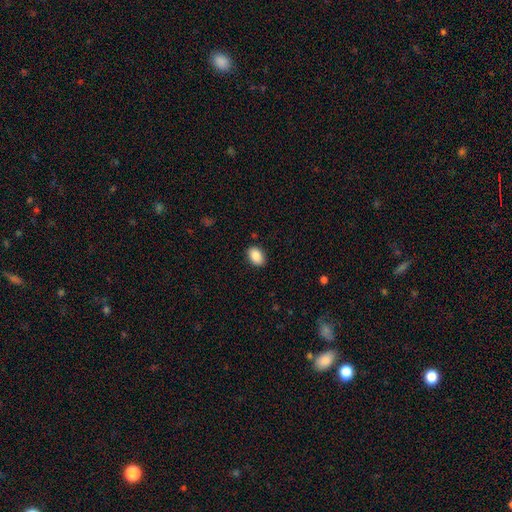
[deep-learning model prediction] This is clearly a smooth galaxy (88%). How rounded: clearly in between (83%). Merging: clearly none (88%).